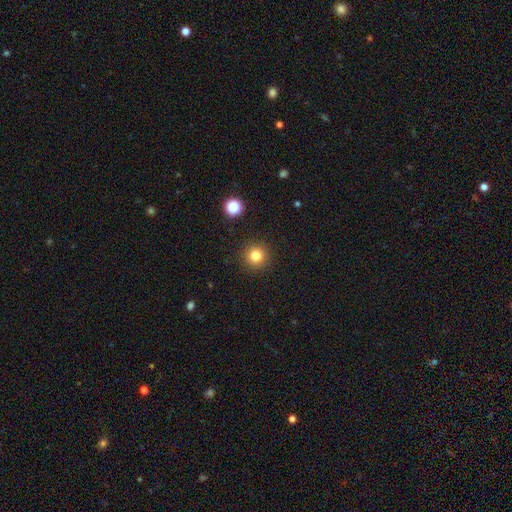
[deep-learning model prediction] Q: Smooth or featured?
A: smooth (81%); runner-up: star or artifact (13%)
Q: How rounded?
A: round (96%); runner-up: in between (3%)
Q: Merging?
A: none (91%); runner-up: minor disturbance (5%)